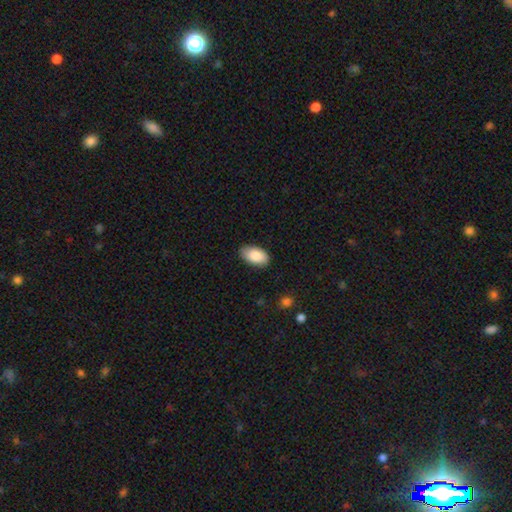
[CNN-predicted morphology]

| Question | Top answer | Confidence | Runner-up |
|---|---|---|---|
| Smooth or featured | smooth | 86% | featured or disk (8%) |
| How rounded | in between | 95% | round (4%) |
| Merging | none | 85% | minor disturbance (12%) |